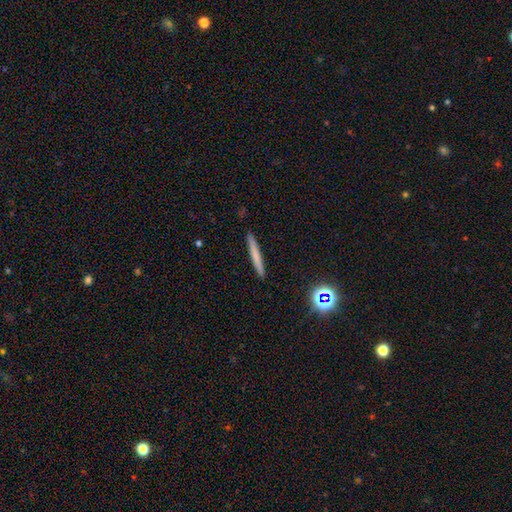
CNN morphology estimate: This appears to be a smooth galaxy with no disk features (67%) that is cigar-shaped (96%). Merging: none (91%).